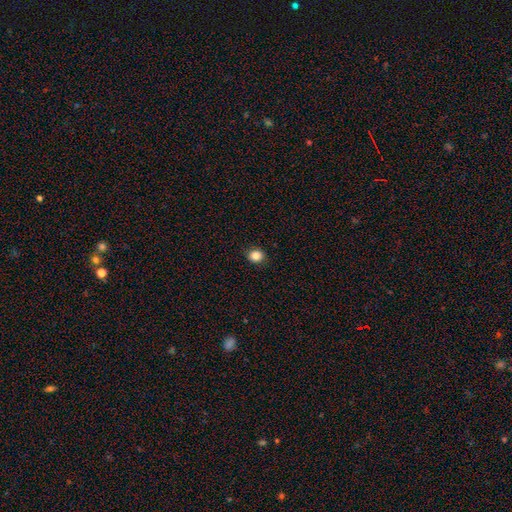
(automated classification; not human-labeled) The model was most divided on "how rounded": round: 74%, in between: 25%, cigar-shaped: 1%. More confident: merging — none (90%); smooth or featured — smooth (85%).